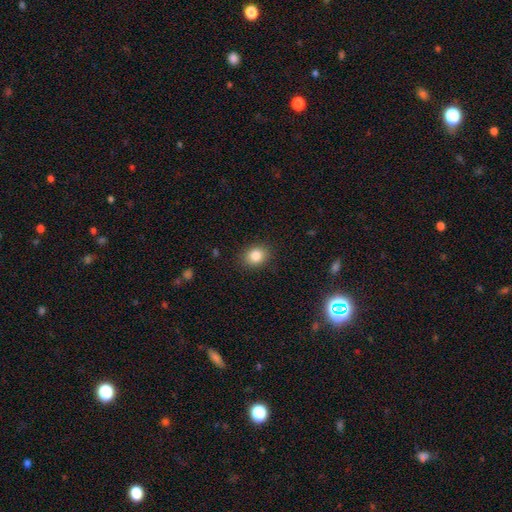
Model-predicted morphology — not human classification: smooth-or-featured: smooth: 84% | star or artifact: 10% | featured or disk: 6%
  how-rounded: round: 54% | in between: 46% | cigar-shaped: 1%
  merging: none: 88% | minor disturbance: 9% | major disturbance: 3% | merger: 1%